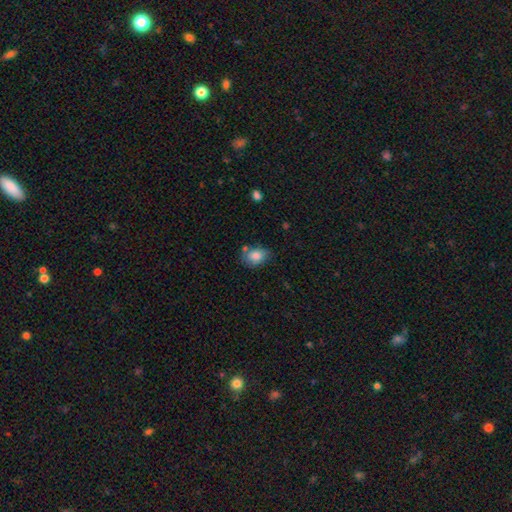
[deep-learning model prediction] Smooth or featured? Predicted: smooth (p=0.82). How rounded? Predicted: in between (p=0.73). Merging? Predicted: none (p=0.63).